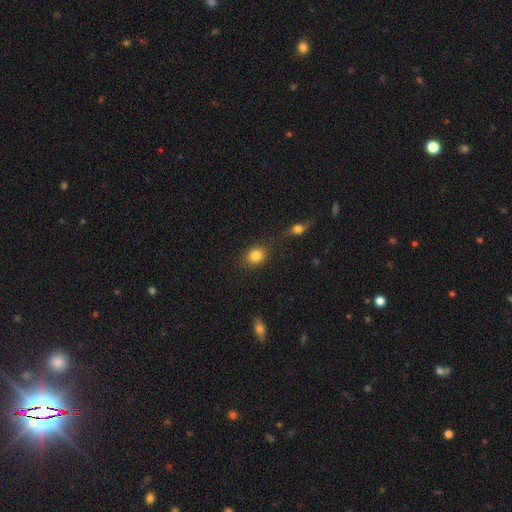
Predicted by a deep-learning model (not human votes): Q: Smooth or featured?
A: smooth (83%); runner-up: star or artifact (10%)
Q: How rounded?
A: round (59%); runner-up: in between (40%)
Q: Merging?
A: none (74%); runner-up: minor disturbance (12%)